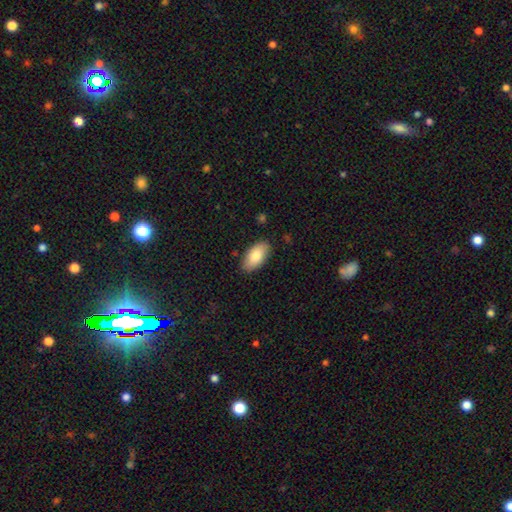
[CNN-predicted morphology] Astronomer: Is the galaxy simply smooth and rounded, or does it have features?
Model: smooth — 80%.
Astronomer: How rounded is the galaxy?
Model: in between — 93%.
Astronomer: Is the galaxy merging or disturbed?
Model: none — 86%.